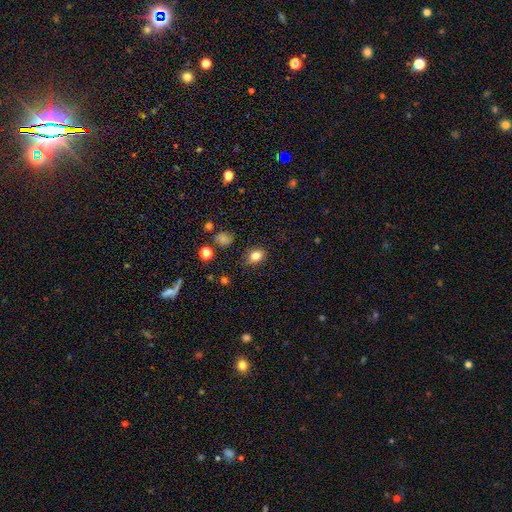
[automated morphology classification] Smooth or featured? Predicted: smooth (p=0.82). How rounded? Predicted: in between (p=0.63). Merging? Predicted: none (p=0.82).